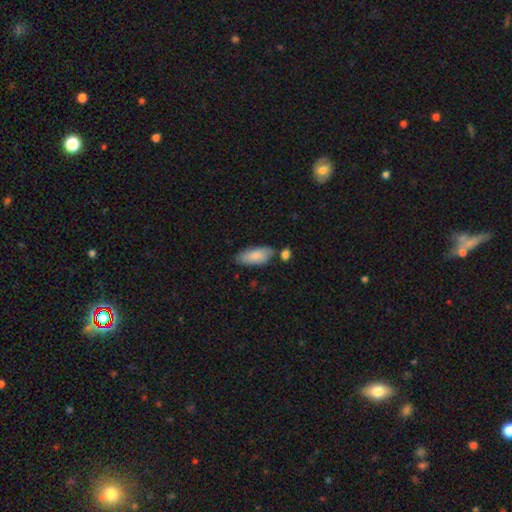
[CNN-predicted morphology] Smooth or featured: smooth — 82% (featured or disk — 13%)
How rounded: in between — 87% (cigar-shaped — 11%)
Merging: none — 66% (minor disturbance — 20%)